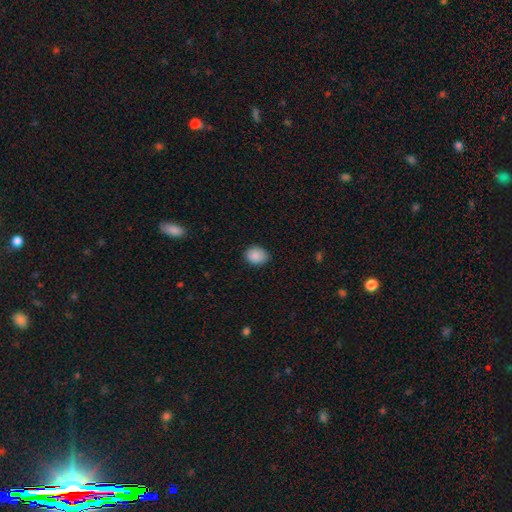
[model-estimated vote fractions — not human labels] Smooth or featured?
  - smooth: 88% *
  - star or artifact: 8%
  - featured or disk: 4%
How rounded?
  - in between: 54% *
  - round: 45%
  - cigar-shaped: 1%
Merging?
  - none: 83% *
  - minor disturbance: 14%
  - major disturbance: 2%
  - merger: 1%